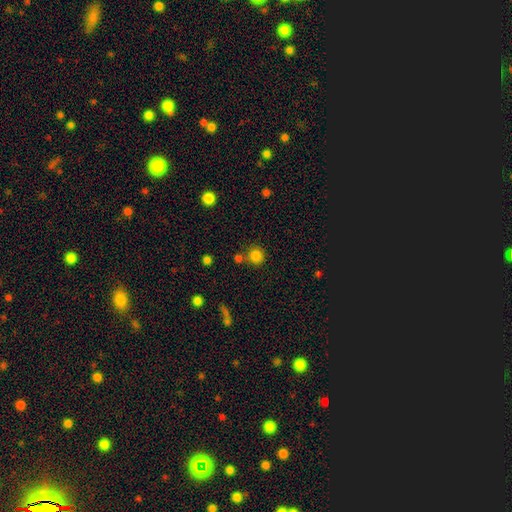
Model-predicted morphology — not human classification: Smooth or featured?
  - smooth: 82% *
  - star or artifact: 13%
  - featured or disk: 5%
How rounded?
  - round: 92% *
  - in between: 7%
  - cigar-shaped: 1%
Merging?
  - none: 74% *
  - merger: 14%
  - minor disturbance: 9%
  - major disturbance: 3%